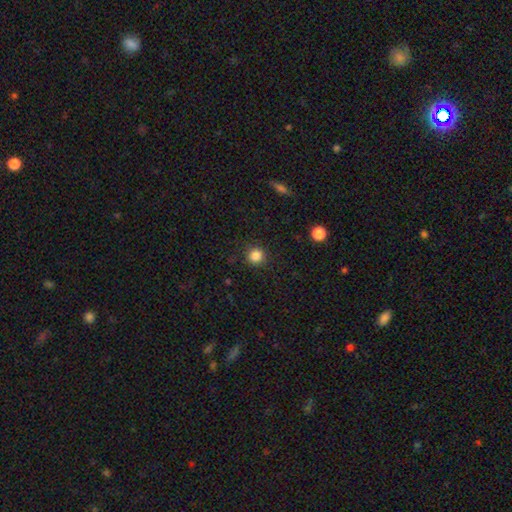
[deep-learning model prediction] smooth-or-featured: smooth: 85% | star or artifact: 11% | featured or disk: 3%
  how-rounded: round: 93% | in between: 6% | cigar-shaped: 1%
  merging: none: 90% | minor disturbance: 7% | major disturbance: 2% | merger: 1%